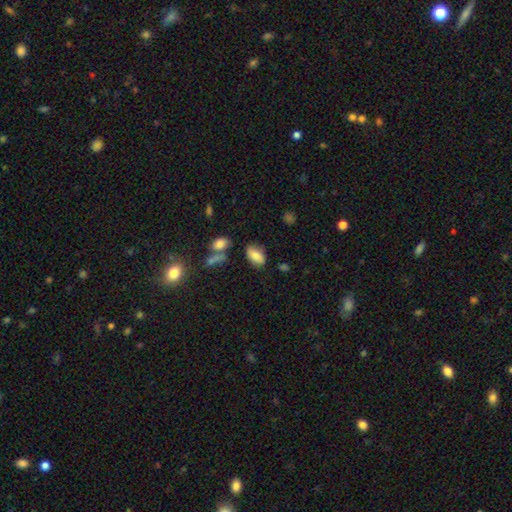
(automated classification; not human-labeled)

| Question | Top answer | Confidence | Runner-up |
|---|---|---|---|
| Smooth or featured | smooth | 79% | featured or disk (12%) |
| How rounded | in between | 91% | round (5%) |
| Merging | none | 71% | minor disturbance (18%) |